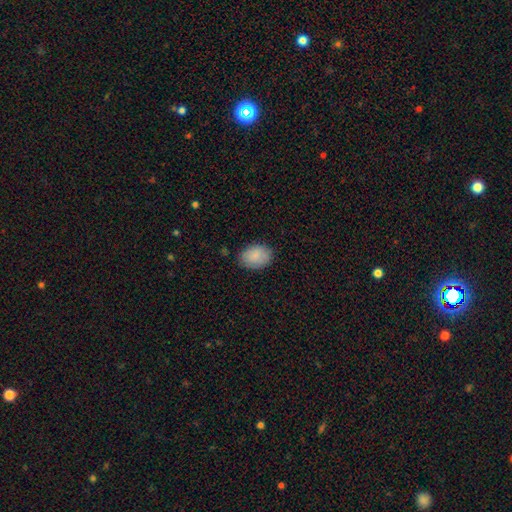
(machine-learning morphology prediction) A smooth galaxy with no disk features (88%) that is in between round and cigar-shaped (80%).

Vote fractions:
- Smooth or featured? smooth: 88% / star or artifact: 7% / featured or disk: 6%
- How rounded? in between: 80% / round: 19% / cigar-shaped: 1%
- Merging? none: 81% / minor disturbance: 15% / major disturbance: 3% / merger: 1%